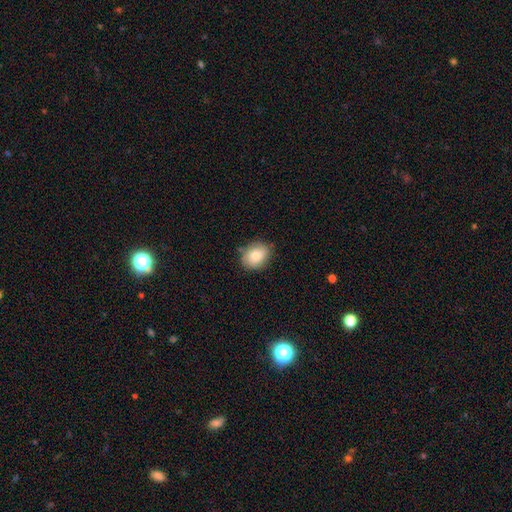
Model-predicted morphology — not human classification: This is clearly a smooth galaxy (82%). How rounded: possibly in between (59%). Merging: likely none (78%).